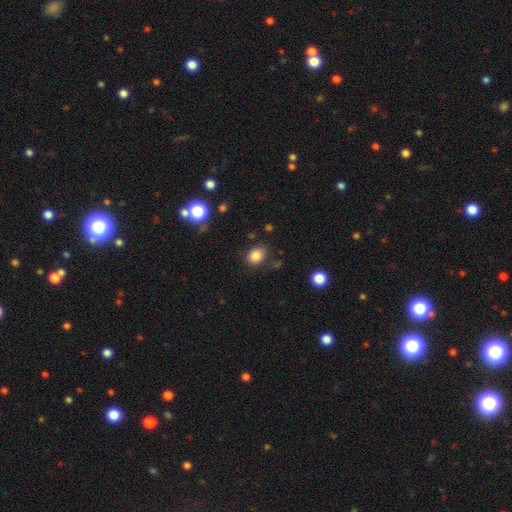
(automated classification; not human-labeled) This is clearly a smooth galaxy (84%). How rounded: possibly in between (54%). Merging: likely none (80%).